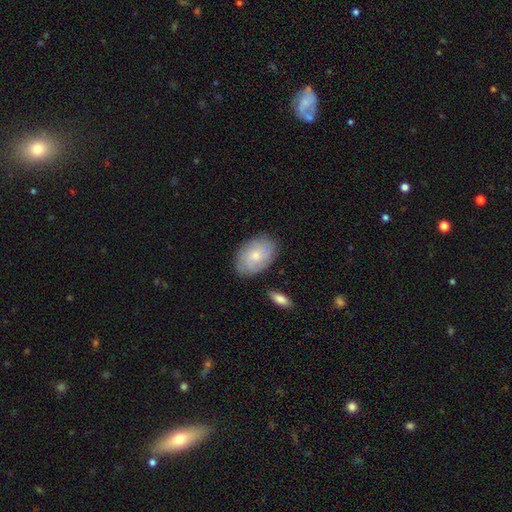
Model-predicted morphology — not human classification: Overall: smooth (64%; featured or disk 30%). How rounded: in between (88%). Merging: none (80%).